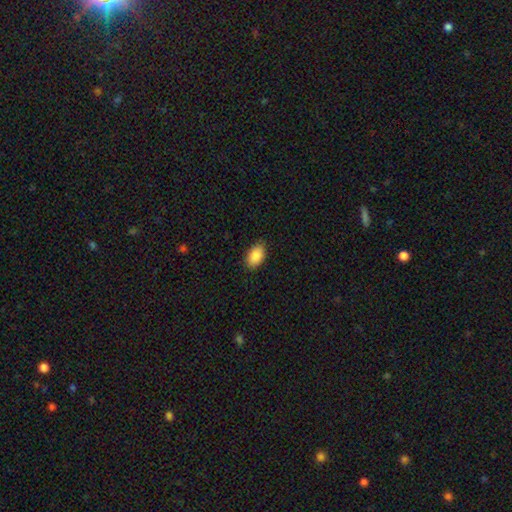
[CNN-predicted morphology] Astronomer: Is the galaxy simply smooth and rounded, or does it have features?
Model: smooth — 89%.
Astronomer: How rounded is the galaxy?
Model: in between — 92%.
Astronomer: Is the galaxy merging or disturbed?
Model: none — 86%.